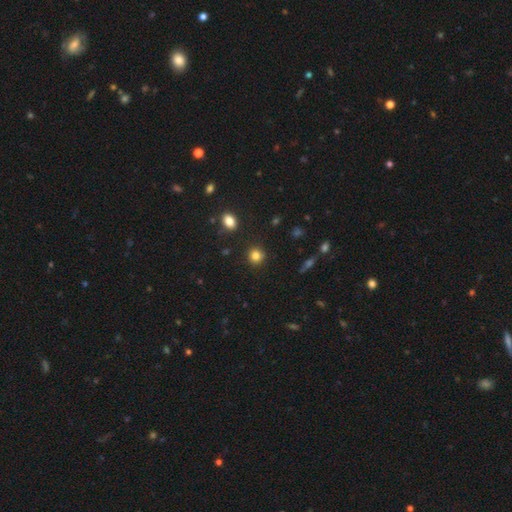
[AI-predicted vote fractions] A smooth galaxy with no disk features (83%) that is round (89%). Merging: none (90%).